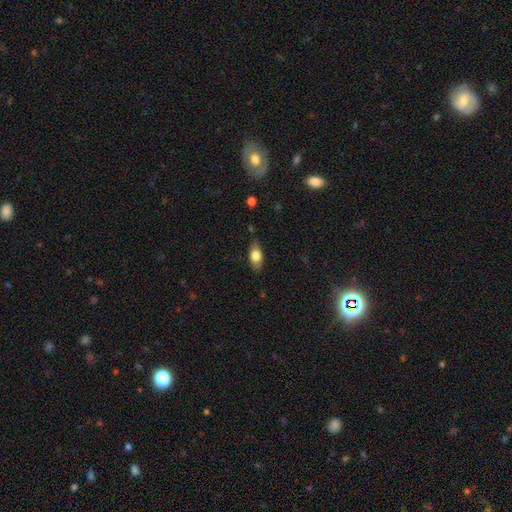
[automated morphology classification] Smooth or featured?
  - smooth: 74% *
  - featured or disk: 19%
  - star or artifact: 7%
How rounded?
  - in between: 86% *
  - cigar-shaped: 9%
  - round: 5%
Merging?
  - none: 79% *
  - minor disturbance: 16%
  - major disturbance: 3%
  - merger: 2%